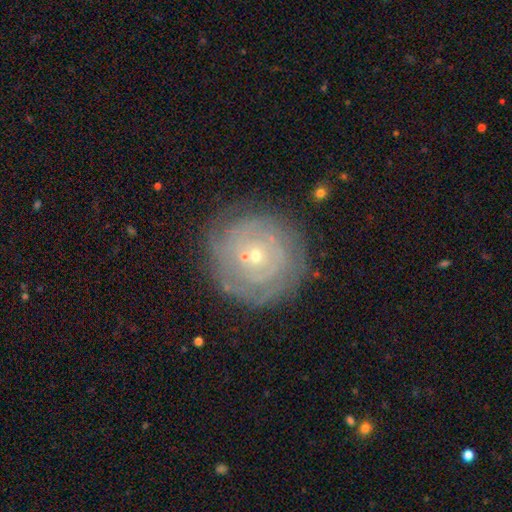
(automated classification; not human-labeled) A featured or disk galaxy (74%) with no bar (84%), tight (83%) spiral arms (81%) and a small central bulge (79%). Merging: none (73%).